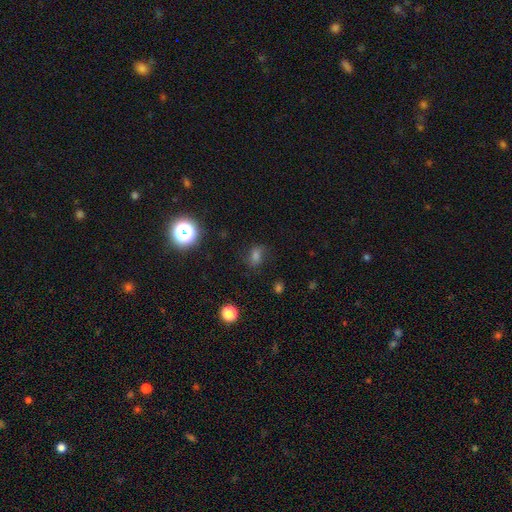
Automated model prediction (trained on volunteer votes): A smooth galaxy with no disk features (63%) that is in between round and cigar-shaped (66%).

Vote fractions:
- Smooth or featured? smooth: 63% / star or artifact: 25% / featured or disk: 12%
- How rounded? in between: 66% / round: 31% / cigar-shaped: 3%
- Merging? none: 73% / minor disturbance: 18% / major disturbance: 7% / merger: 2%